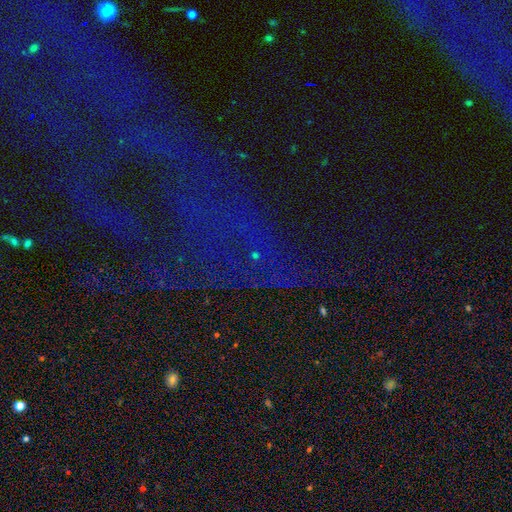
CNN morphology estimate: star or artifact 75%, smooth 13%, featured or disk 11%.